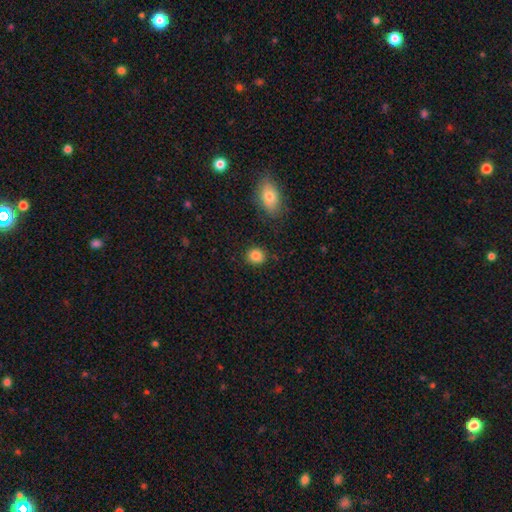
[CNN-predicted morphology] The model was most divided on "how rounded": round: 75%, in between: 24%, cigar-shaped: 1%. More confident: merging — none (87%); smooth or featured — smooth (86%).